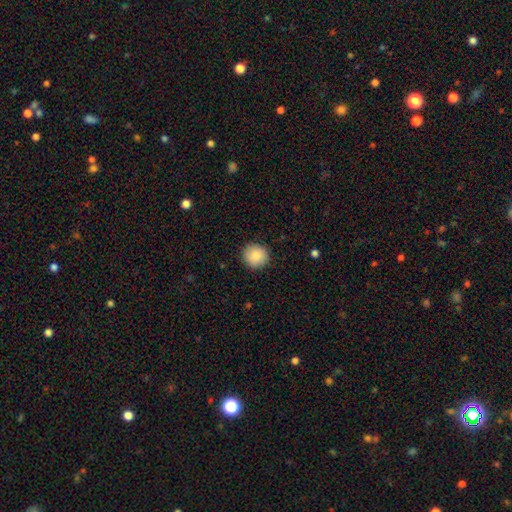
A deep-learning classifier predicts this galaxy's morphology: The model was most divided on "smooth or featured": smooth: 88%, star or artifact: 8%, featured or disk: 4%. More confident: how rounded — round (93%); merging — none (91%).